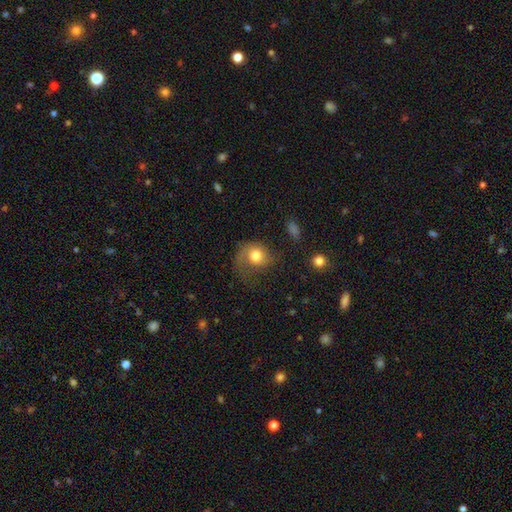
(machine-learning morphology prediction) Q: Smooth or featured?
A: smooth (68%); runner-up: featured or disk (23%)
Q: How rounded?
A: round (70%); runner-up: in between (29%)
Q: Merging?
A: none (40%); runner-up: major disturbance (32%)